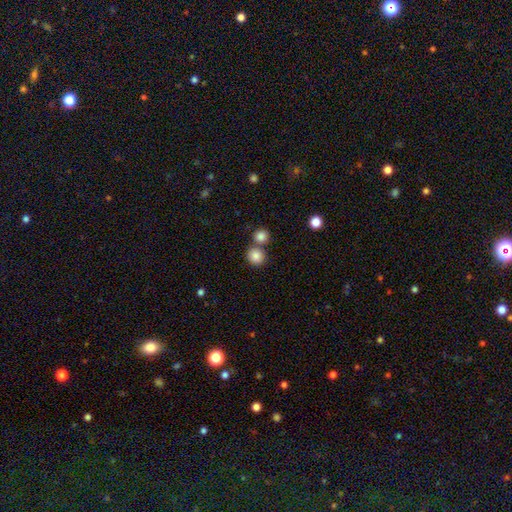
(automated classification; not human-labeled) Q: Smooth or featured?
A: smooth (85%); runner-up: star or artifact (10%)
Q: How rounded?
A: round (89%); runner-up: in between (10%)
Q: Merging?
A: none (64%); runner-up: merger (27%)